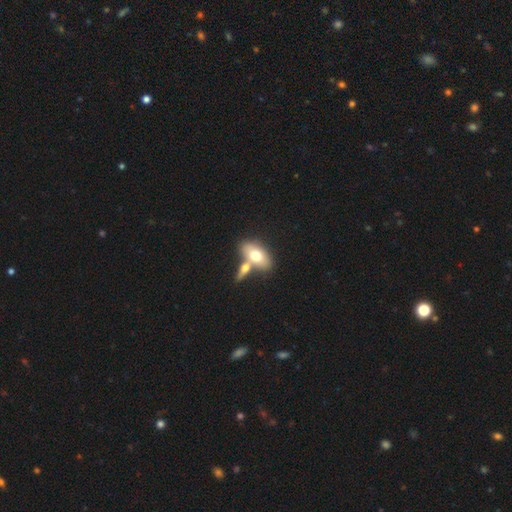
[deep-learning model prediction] smooth_or_featured: smooth (p=0.65) [alt: featured or disk p=0.29]
how_rounded: in between (p=0.86) [alt: round p=0.07]
merging: merger (p=0.47) [alt: none p=0.41]